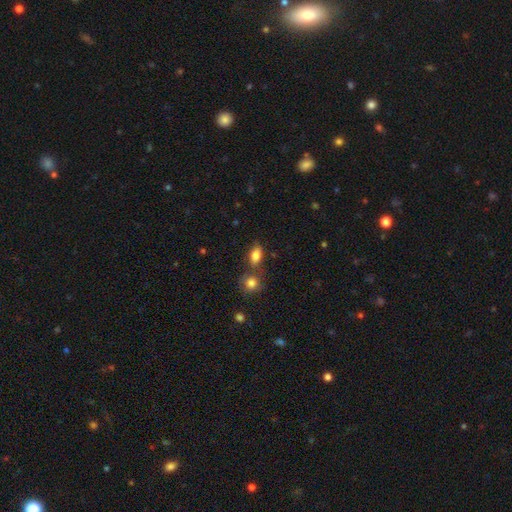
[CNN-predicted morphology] smooth 82%, featured or disk 9%, star or artifact 9%. Down the decision tree: how rounded — in between (85%); merging — none (57%).